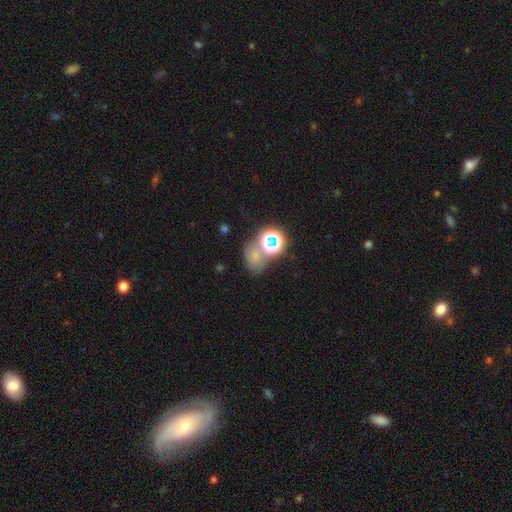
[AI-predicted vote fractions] Smooth or featured? Predicted: smooth (p=0.44). Merging? Predicted: none (p=0.43).